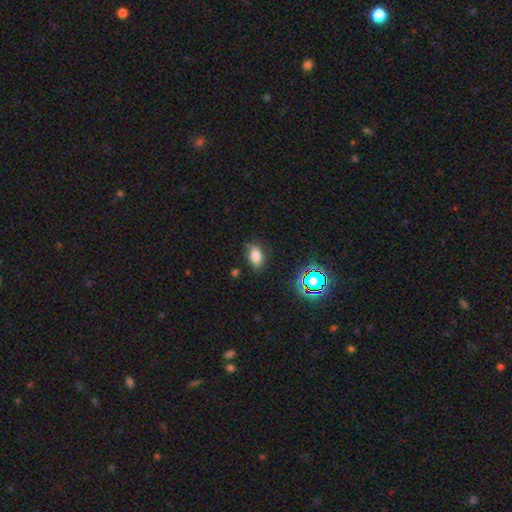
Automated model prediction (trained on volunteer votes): A smooth galaxy with no disk features (78%) that is in between round and cigar-shaped (88%).

Vote fractions:
- Smooth or featured? smooth: 78% / star or artifact: 14% / featured or disk: 8%
- How rounded? in between: 88% / round: 10% / cigar-shaped: 2%
- Merging? none: 75% / minor disturbance: 18% / major disturbance: 5% / merger: 2%